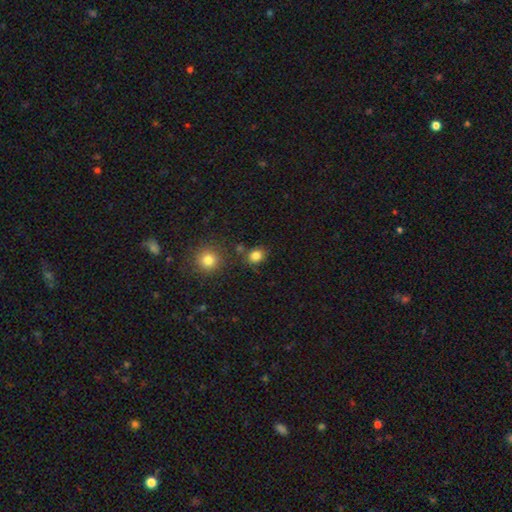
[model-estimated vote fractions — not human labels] Smooth or featured: smooth — 83% (star or artifact — 13%)
How rounded: round — 63% (in between — 36%)
Merging: none — 75% (minor disturbance — 13%)